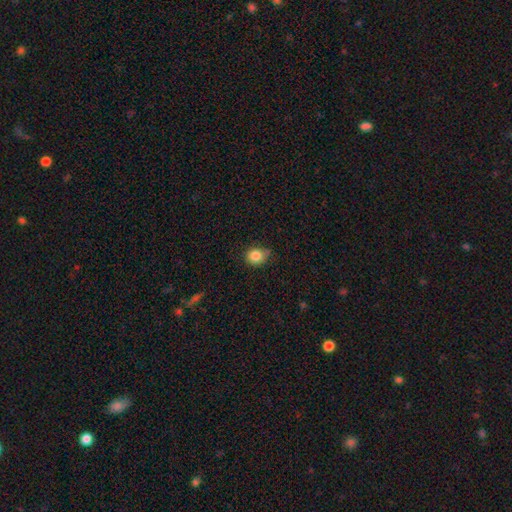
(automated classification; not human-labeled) smooth-or-featured: smooth: 84% | star or artifact: 10% | featured or disk: 5%
  how-rounded: round: 73% | in between: 26% | cigar-shaped: 1%
  merging: none: 67% | minor disturbance: 25% | major disturbance: 4% | merger: 3%